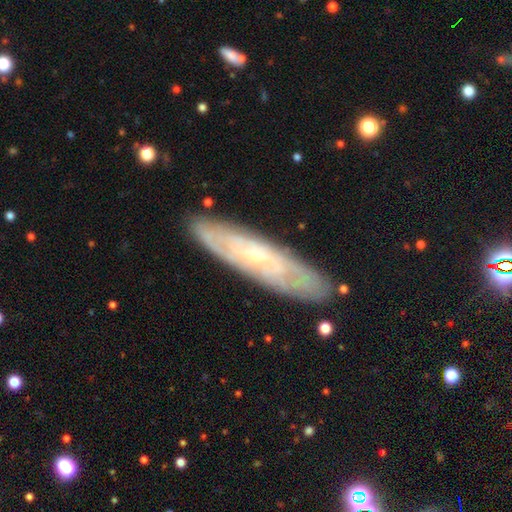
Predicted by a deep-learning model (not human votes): Smooth or featured? Predicted: featured or disk (p=0.70). Edge-on disk? Predicted: no (p=0.62). Merging? Predicted: none (p=0.87).